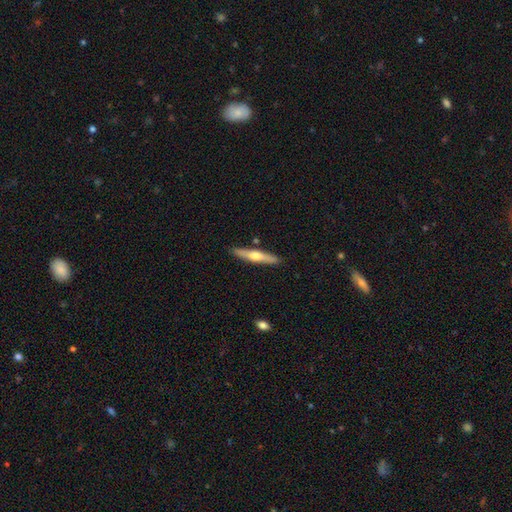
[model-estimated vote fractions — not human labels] Smooth or featured? featured or disk (52%)
Edge-on disk? yes (95%)
Merging? none (88%)